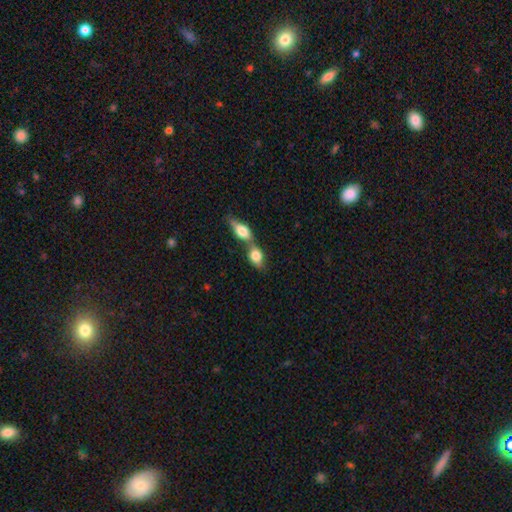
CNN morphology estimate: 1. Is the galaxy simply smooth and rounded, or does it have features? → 74% smooth, 18% featured or disk, 8% star or artifact.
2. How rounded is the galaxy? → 73% in between, 21% round, 6% cigar-shaped.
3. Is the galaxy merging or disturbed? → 68% merger, 21% none, 6% minor disturbance, 4% major disturbance.